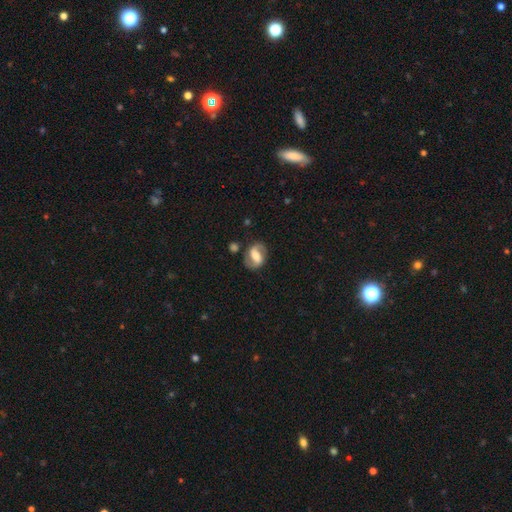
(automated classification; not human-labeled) This appears to be a featured or disk galaxy (73%) with a strong bar (46%), 2 (89%) medium (48%) spiral arms (87%) and a moderate central bulge (55%). Merging: none (78%).